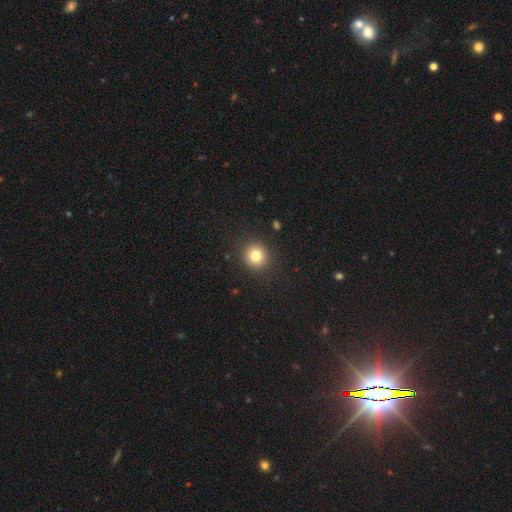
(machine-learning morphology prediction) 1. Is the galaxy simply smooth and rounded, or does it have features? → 81% smooth, 11% star or artifact, 7% featured or disk.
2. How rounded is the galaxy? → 88% round, 11% in between, 1% cigar-shaped.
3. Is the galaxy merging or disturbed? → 90% none, 6% minor disturbance, 3% major disturbance, 1% merger.